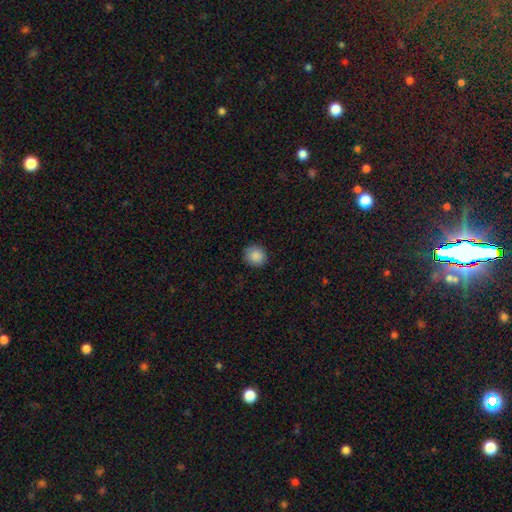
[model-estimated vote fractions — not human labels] smooth-or-featured: smooth: 88% | star or artifact: 8% | featured or disk: 4%
  how-rounded: round: 84% | in between: 15% | cigar-shaped: 1%
  merging: none: 88% | minor disturbance: 9% | major disturbance: 2% | merger: 1%